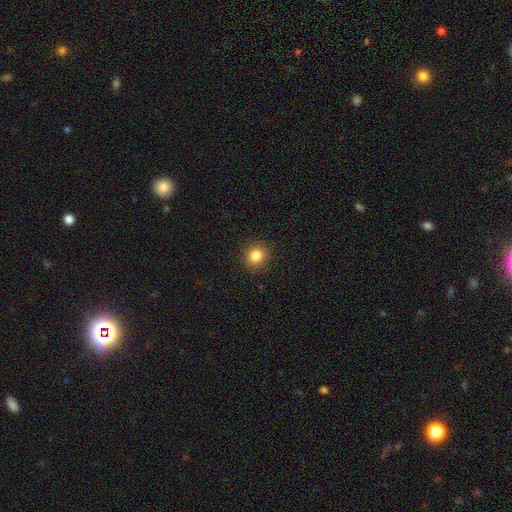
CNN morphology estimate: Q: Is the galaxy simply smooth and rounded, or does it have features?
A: smooth — 83%.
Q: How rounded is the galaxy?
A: round — 86%.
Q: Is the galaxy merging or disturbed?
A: none — 91%.